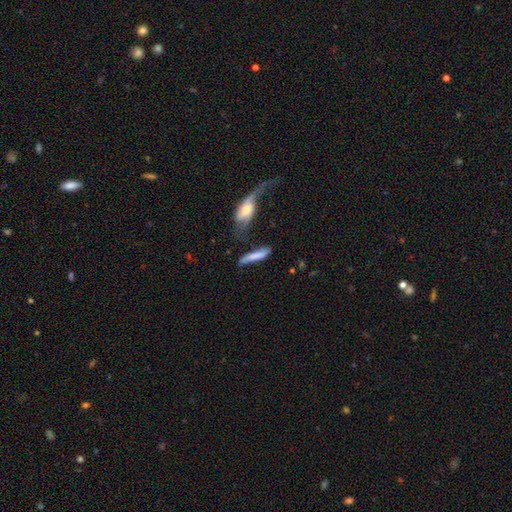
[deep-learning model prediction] Smooth or featured: smooth — 66% (featured or disk — 27%)
How rounded: cigar-shaped — 80% (in between — 17%)
Merging: none — 46% (minor disturbance — 24%)